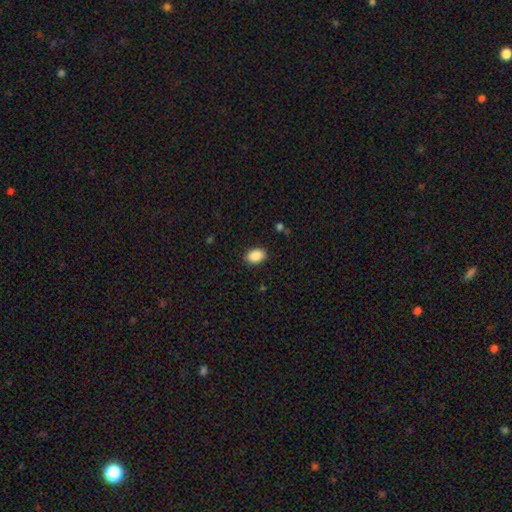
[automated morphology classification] smooth 90%, star or artifact 7%, featured or disk 3%. Down the decision tree: how rounded — in between (85%); merging — none (88%).